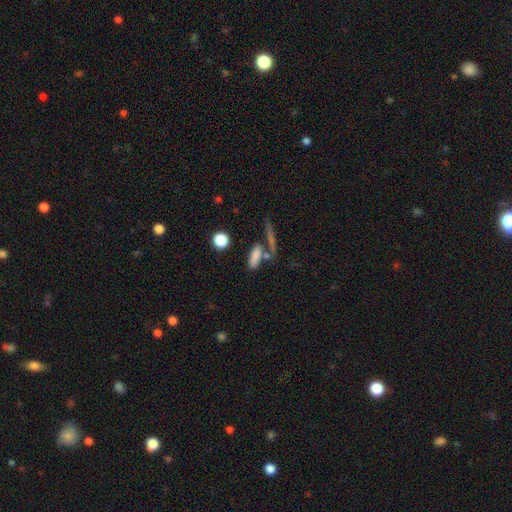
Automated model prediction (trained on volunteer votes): A smooth galaxy with no disk features (76%) that is in between round and cigar-shaped (53%).

Vote fractions:
- Smooth or featured? smooth: 76% / featured or disk: 13% / star or artifact: 11%
- How rounded? in between: 53% / cigar-shaped: 40% / round: 8%
- Merging? none: 53% / merger: 26% / minor disturbance: 13% / major disturbance: 8%